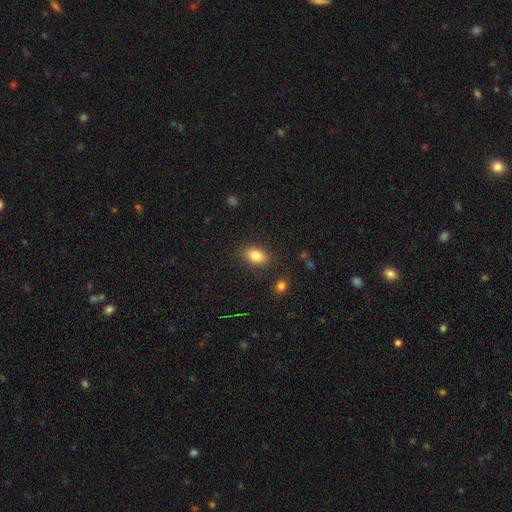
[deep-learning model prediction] Q: Smooth or featured?
A: smooth (83%); runner-up: star or artifact (9%)
Q: How rounded?
A: in between (84%); runner-up: round (14%)
Q: Merging?
A: none (85%); runner-up: minor disturbance (10%)